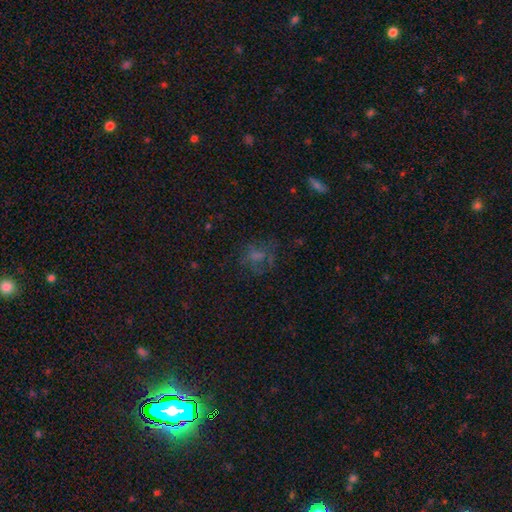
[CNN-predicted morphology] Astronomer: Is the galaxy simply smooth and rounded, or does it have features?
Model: smooth — 36% (runner-up: star or artifact, 34%).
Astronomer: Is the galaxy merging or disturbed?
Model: none — 59%.